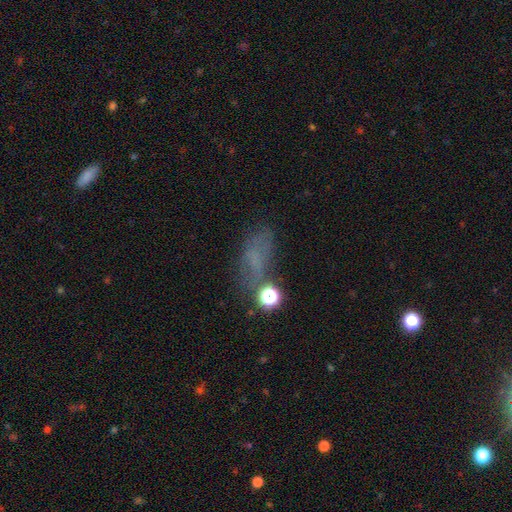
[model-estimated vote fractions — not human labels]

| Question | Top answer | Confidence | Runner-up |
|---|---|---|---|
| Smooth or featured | smooth | 45% | star or artifact (32%) |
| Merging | none | 47% | minor disturbance (21%) |